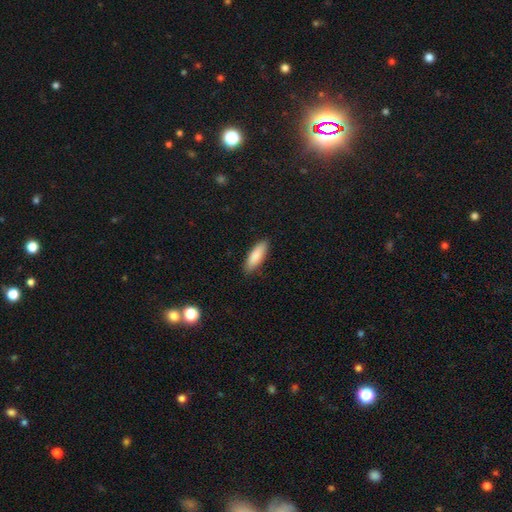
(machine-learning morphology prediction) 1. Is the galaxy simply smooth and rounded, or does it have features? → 87% smooth, 8% featured or disk, 6% star or artifact.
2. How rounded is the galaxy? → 55% in between, 43% cigar-shaped, 2% round.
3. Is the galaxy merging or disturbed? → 87% none, 10% minor disturbance, 2% major disturbance, 1% merger.